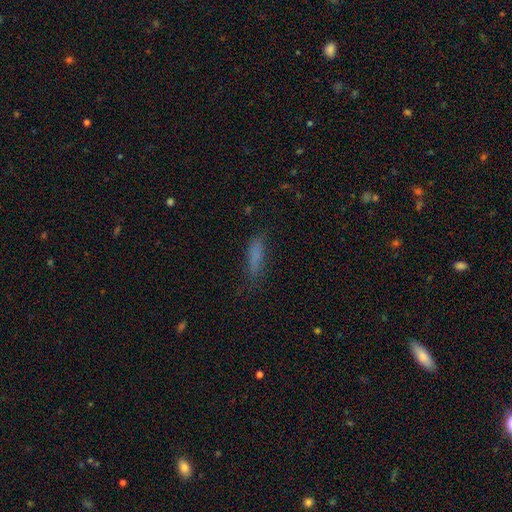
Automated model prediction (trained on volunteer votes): A smooth galaxy with no disk features (74%) that is cigar-shaped (72%). Merging: none (67%).